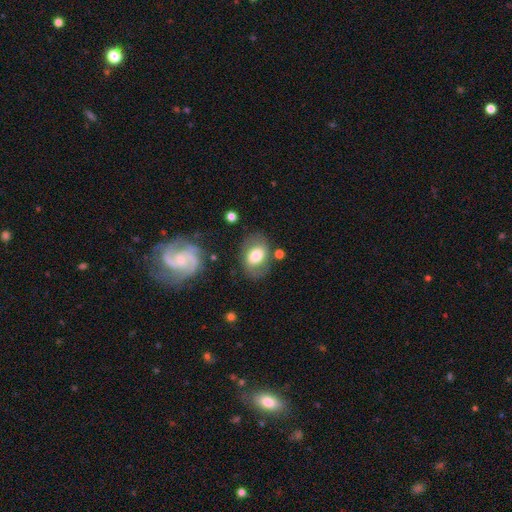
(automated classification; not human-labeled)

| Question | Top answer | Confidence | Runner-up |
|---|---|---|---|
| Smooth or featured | smooth | 60% | featured or disk (32%) |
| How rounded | in between | 72% | round (27%) |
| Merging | none | 68% | minor disturbance (18%) |